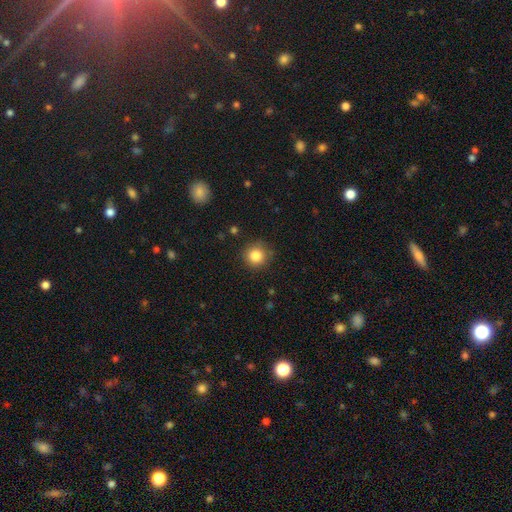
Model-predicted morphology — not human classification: Smooth or featured? Predicted: smooth (p=0.84). How rounded? Predicted: round (p=0.93). Merging? Predicted: none (p=0.85).